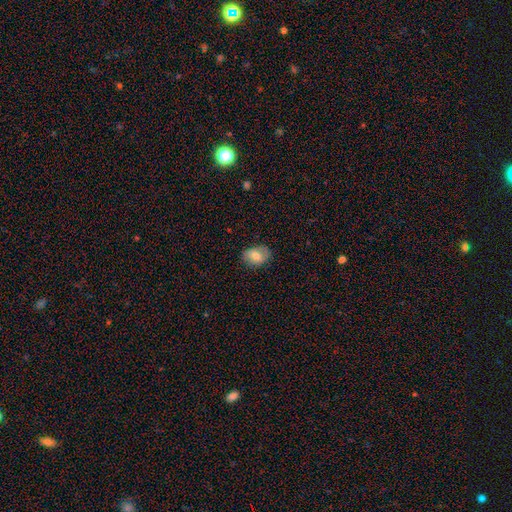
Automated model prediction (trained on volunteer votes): A smooth galaxy with no disk features (72%) that is in between round and cigar-shaped (75%). Merging: none (78%).